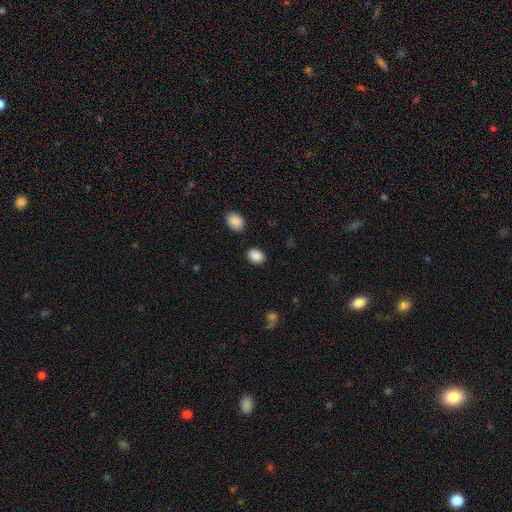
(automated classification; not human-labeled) This appears to be a smooth galaxy with no disk features (88%) that is in between round and cigar-shaped (63%). Merging: none (85%).